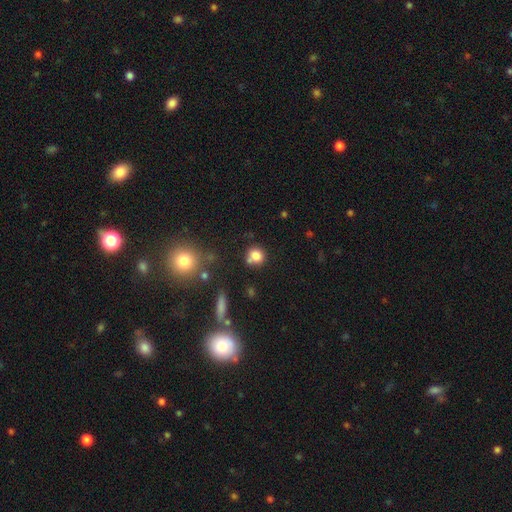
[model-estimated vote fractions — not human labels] Overall: smooth (80%). How rounded: round (81%). Merging: none (59%; merger 20%).